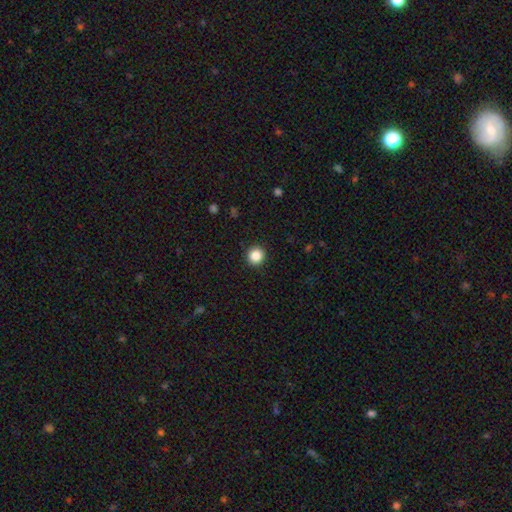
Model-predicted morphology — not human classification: Q: Smooth or featured?
A: smooth (86%); runner-up: star or artifact (10%)
Q: How rounded?
A: round (95%); runner-up: in between (4%)
Q: Merging?
A: none (93%); runner-up: minor disturbance (4%)